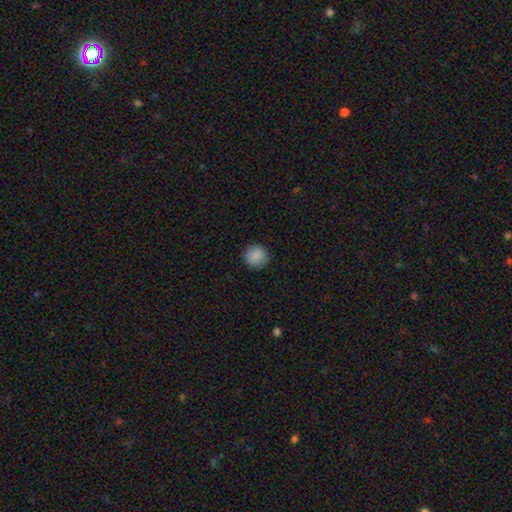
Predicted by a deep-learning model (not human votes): A smooth galaxy with no disk features (88%) that is round (92%). Merging: none (90%).